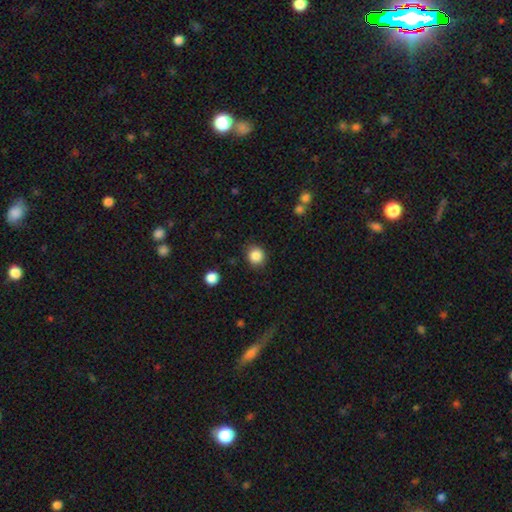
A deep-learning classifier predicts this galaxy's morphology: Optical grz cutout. It shows a smooth galaxy with no disk features (86%) that is round (87%). Merging: none (88%).